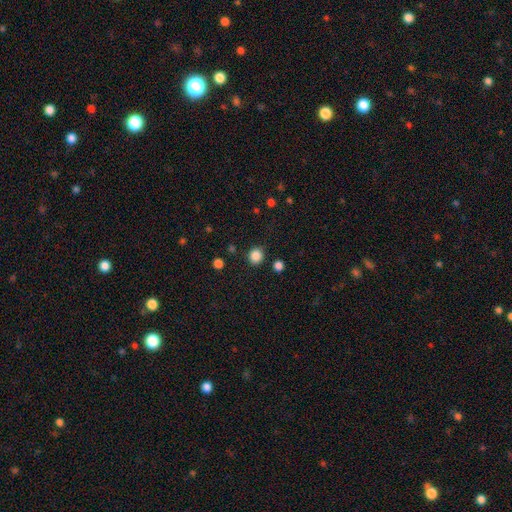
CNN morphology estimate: smooth-or-featured: smooth: 85% | star or artifact: 12% | featured or disk: 4%
  how-rounded: round: 87% | in between: 12% | cigar-shaped: 1%
  merging: none: 85% | minor disturbance: 9% | major disturbance: 3% | merger: 3%